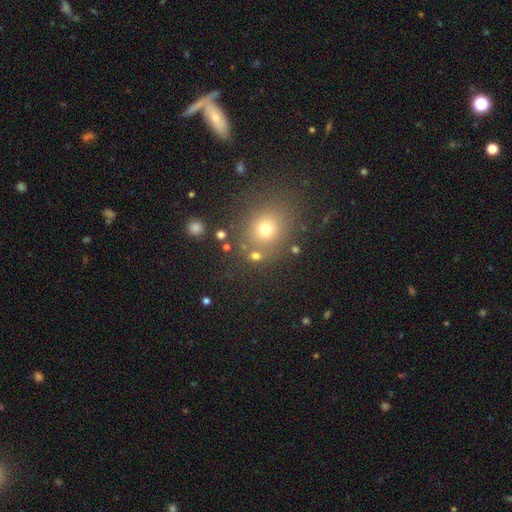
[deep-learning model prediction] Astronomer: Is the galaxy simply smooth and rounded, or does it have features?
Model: smooth — 67%.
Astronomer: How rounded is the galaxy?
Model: round — 78%.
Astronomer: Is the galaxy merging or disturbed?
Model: none — 74%.